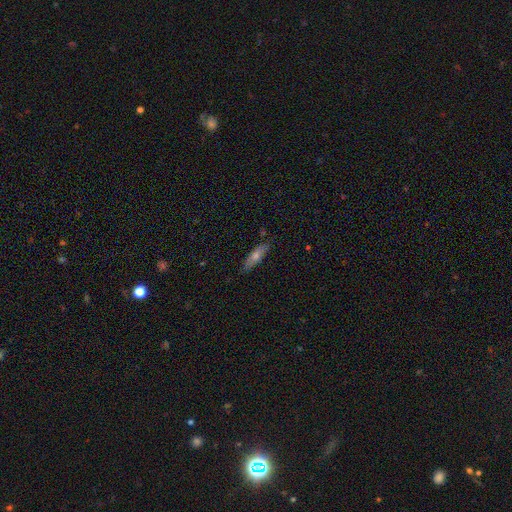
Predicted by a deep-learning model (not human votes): Smooth or featured? smooth (51%)
How rounded? cigar-shaped (70%)
Merging? none (85%)